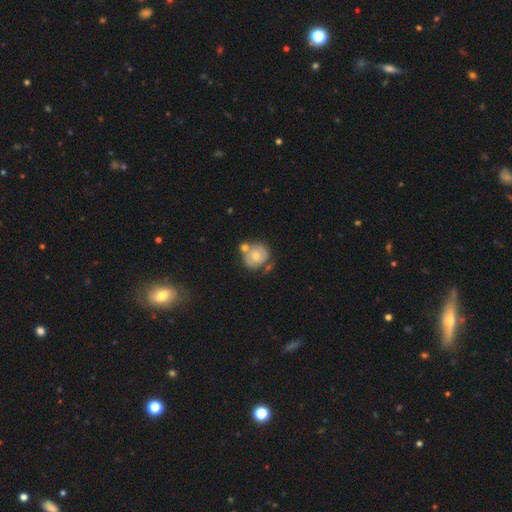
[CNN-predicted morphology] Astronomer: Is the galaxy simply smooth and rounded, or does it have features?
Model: smooth — 53% (runner-up: featured or disk, 40%).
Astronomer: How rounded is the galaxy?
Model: round — 82%.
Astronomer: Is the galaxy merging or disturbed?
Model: none — 48% (runner-up: merger, 28%).